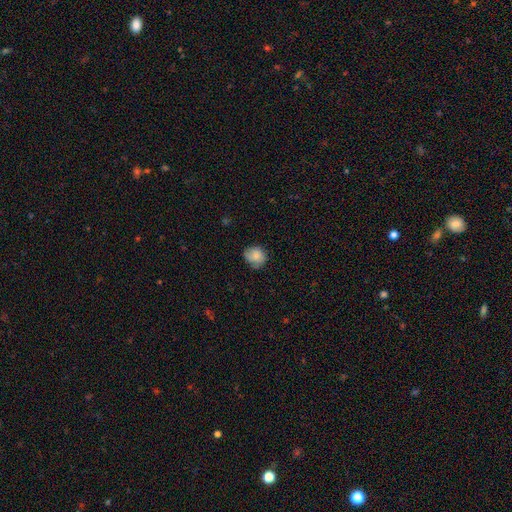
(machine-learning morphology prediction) Smooth or featured? Predicted: smooth (p=0.81). How rounded? Predicted: round (p=0.73). Merging? Predicted: none (p=0.62).